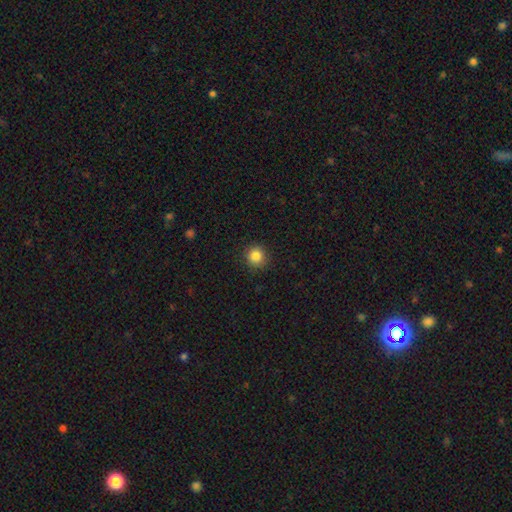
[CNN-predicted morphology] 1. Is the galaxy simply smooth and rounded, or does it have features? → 85% smooth, 11% star or artifact, 4% featured or disk.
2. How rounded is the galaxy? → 93% round, 6% in between, 1% cigar-shaped.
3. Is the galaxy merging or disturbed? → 90% none, 7% minor disturbance, 2% major disturbance, 1% merger.